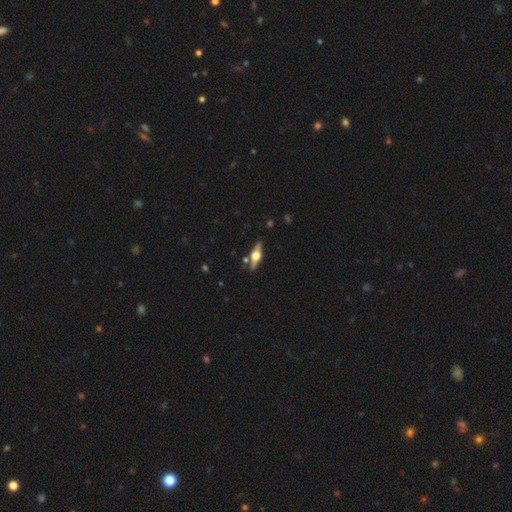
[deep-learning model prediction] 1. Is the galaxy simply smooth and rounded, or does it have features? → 70% featured or disk, 24% smooth, 6% star or artifact.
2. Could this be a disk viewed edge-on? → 95% yes, 5% no.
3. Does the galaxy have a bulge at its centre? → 95% rounded, 4% boxy, 1% none.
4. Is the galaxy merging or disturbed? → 80% none, 11% minor disturbance, 5% merger, 3% major disturbance.